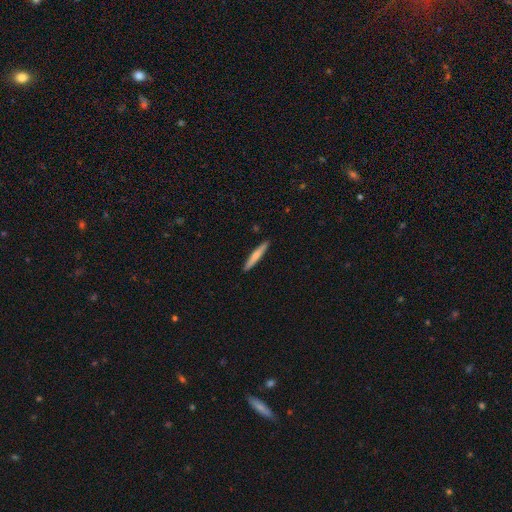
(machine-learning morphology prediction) smooth_or_featured: smooth (p=0.61) [alt: featured or disk p=0.34]
how_rounded: cigar-shaped (p=0.95) [alt: in between p=0.04]
merging: none (p=0.91) [alt: minor disturbance p=0.06]